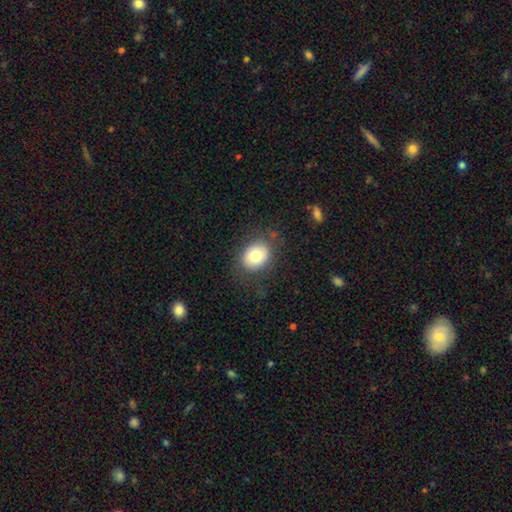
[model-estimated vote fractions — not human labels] smooth-or-featured: smooth: 78% | featured or disk: 13% | star or artifact: 9%
  how-rounded: in between: 51% | round: 48% | cigar-shaped: 1%
  merging: none: 80% | minor disturbance: 13% | major disturbance: 5% | merger: 1%